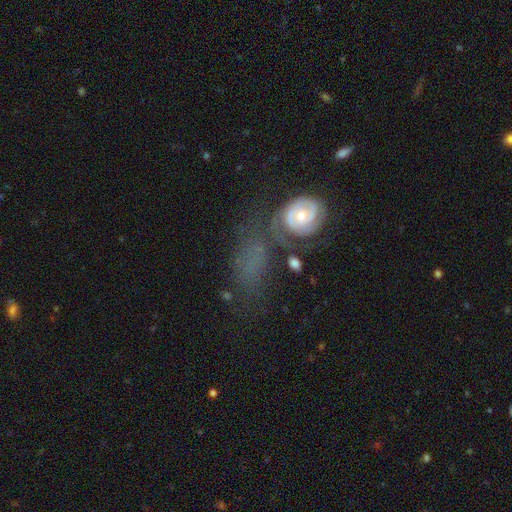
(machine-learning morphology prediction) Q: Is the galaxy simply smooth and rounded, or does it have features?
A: featured or disk — 53%.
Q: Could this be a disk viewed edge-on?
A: no — 94%.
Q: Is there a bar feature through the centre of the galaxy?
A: no — 75%.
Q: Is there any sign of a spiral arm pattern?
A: yes — 64%.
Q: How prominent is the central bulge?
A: small — 52%.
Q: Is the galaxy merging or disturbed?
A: none — 33%.